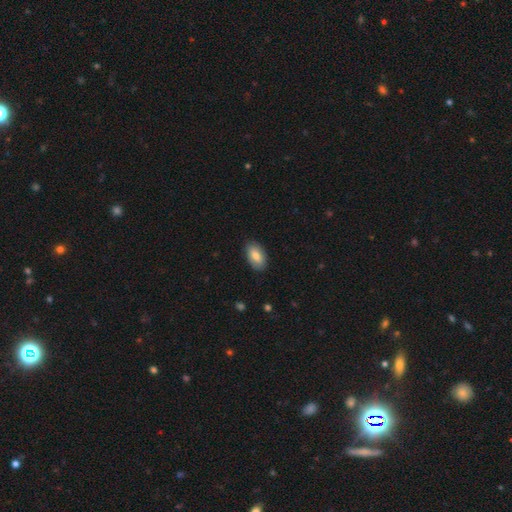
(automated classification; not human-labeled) A smooth galaxy with no disk features (81%) that is in between round and cigar-shaped (94%).

Vote fractions:
- Smooth or featured? smooth: 81% / featured or disk: 13% / star or artifact: 6%
- How rounded? in between: 94% / round: 4% / cigar-shaped: 2%
- Merging? none: 84% / minor disturbance: 12% / major disturbance: 2% / merger: 1%